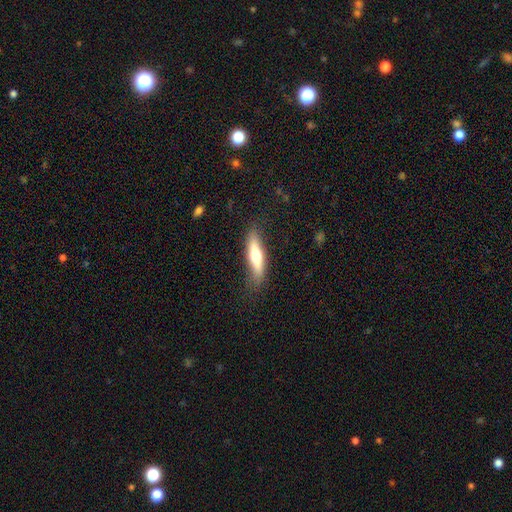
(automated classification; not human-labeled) smooth 52%, featured or disk 43%, star or artifact 6%. Down the decision tree: how rounded — cigar-shaped (74%); merging — none (80%).